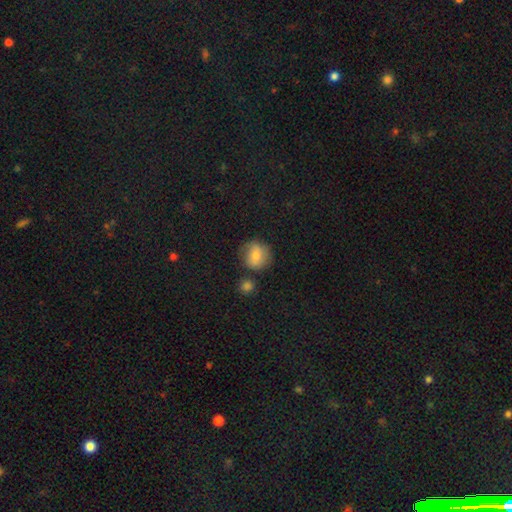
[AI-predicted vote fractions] smooth_or_featured: smooth (p=0.76) [alt: featured or disk p=0.15]
how_rounded: round (p=0.80) [alt: in between p=0.19]
merging: none (p=0.65) [alt: minor disturbance p=0.20]